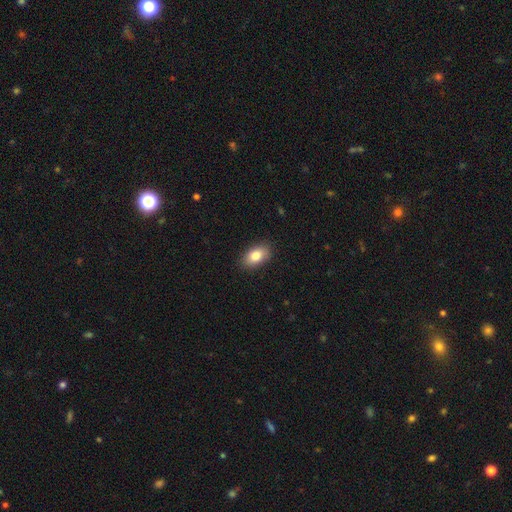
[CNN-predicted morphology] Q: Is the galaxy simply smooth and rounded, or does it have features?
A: smooth — 83%.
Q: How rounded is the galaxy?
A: in between — 91%.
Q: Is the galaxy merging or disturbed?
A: none — 88%.